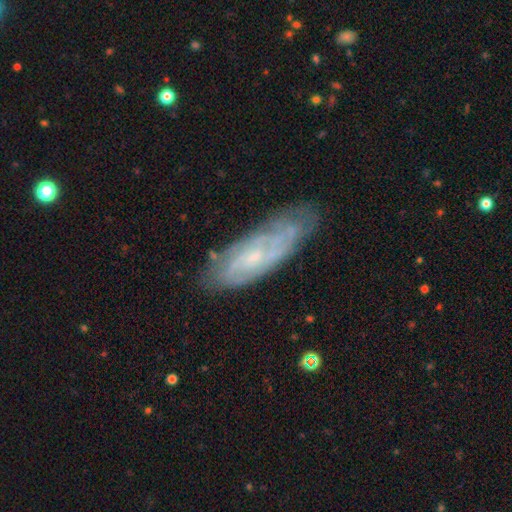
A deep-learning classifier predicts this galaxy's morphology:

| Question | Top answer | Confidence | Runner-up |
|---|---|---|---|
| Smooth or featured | featured or disk | 70% | smooth (22%) |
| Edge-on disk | no | 83% | yes (17%) |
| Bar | no | 63% | weak (32%) |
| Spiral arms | yes | 84% | no (16%) |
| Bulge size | small | 69% | moderate (19%) |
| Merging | none | 69% | minor disturbance (22%) |